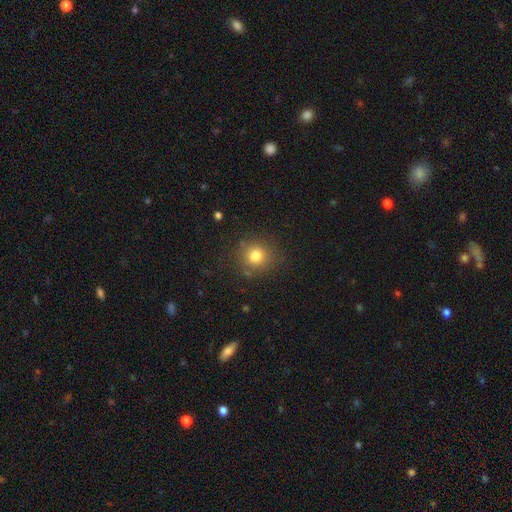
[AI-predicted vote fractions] Morphology: type=smooth (79%); roundness=round (89%); merging=none (82%).